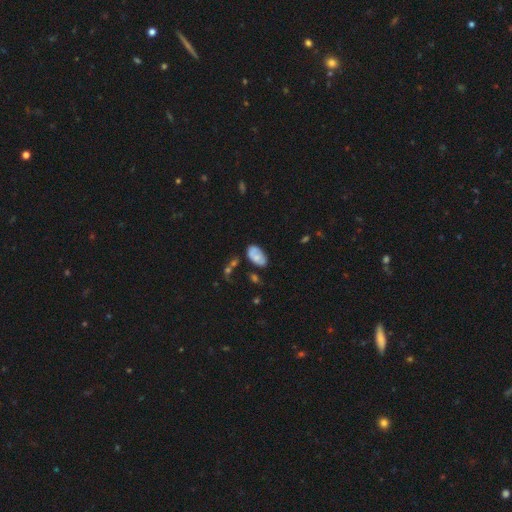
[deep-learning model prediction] Smooth or featured?
  - smooth: 63% *
  - featured or disk: 28%
  - star or artifact: 8%
How rounded?
  - in between: 93% *
  - round: 5%
  - cigar-shaped: 2%
Merging?
  - none: 60% *
  - minor disturbance: 27%
  - major disturbance: 8%
  - merger: 6%